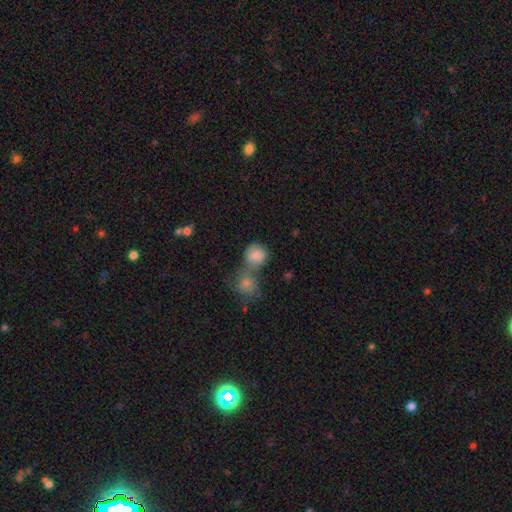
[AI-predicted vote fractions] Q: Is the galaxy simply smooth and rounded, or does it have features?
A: smooth — 79%.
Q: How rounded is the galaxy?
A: round — 69%.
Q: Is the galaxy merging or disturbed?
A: merger — 59%.